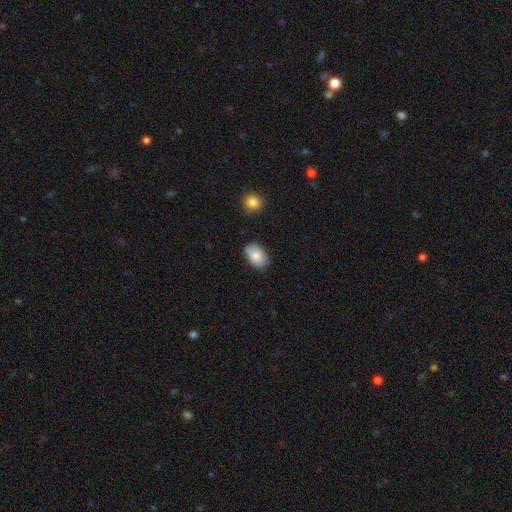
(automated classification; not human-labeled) Overall: smooth (83%). How rounded: in between (86%). Merging: none (70%).